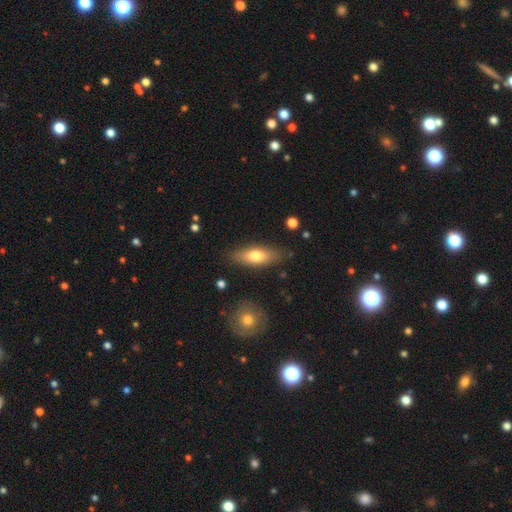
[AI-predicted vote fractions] smooth 69%, featured or disk 25%, star or artifact 6%. Down the decision tree: how rounded — in between (67%); merging — none (83%).